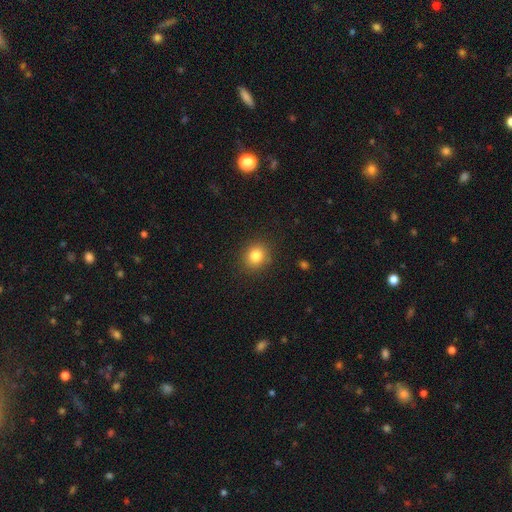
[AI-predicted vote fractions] A smooth galaxy with no disk features (82%) that is round (78%).

Vote fractions:
- Smooth or featured? smooth: 82% / star or artifact: 11% / featured or disk: 7%
- How rounded? round: 78% / in between: 21% / cigar-shaped: 1%
- Merging? none: 88% / minor disturbance: 8% / major disturbance: 3% / merger: 1%